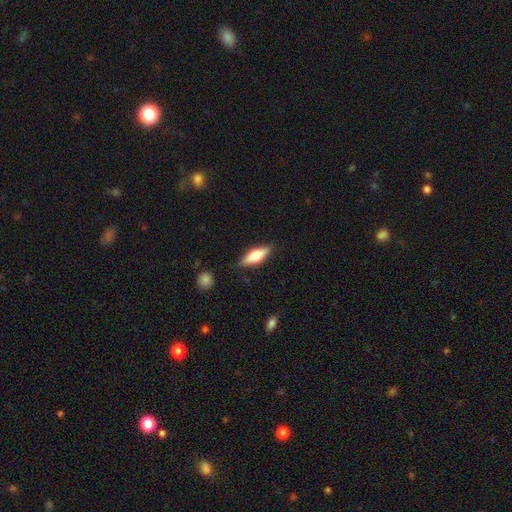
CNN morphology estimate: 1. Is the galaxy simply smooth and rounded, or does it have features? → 57% smooth, 37% featured or disk, 7% star or artifact.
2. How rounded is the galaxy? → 59% in between, 38% cigar-shaped, 3% round.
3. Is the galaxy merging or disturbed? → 84% none, 12% minor disturbance, 3% major disturbance, 2% merger.